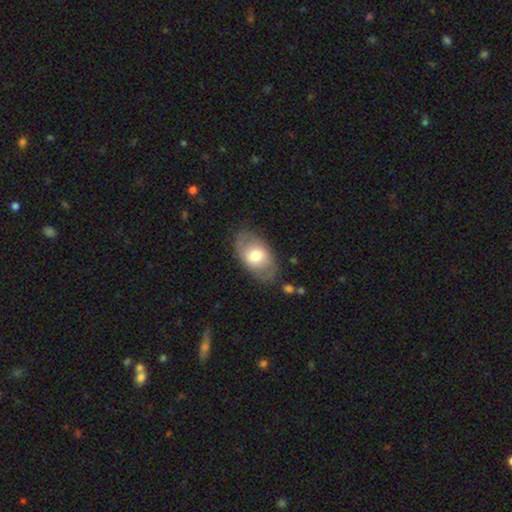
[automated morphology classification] Overall: smooth (62%; featured or disk 31%). How rounded: in between (90%). Merging: none (79%).